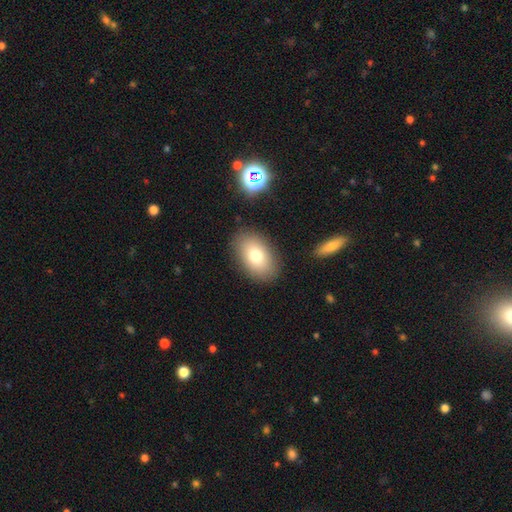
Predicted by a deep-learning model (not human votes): Smooth or featured?
  - smooth: 76% *
  - featured or disk: 14%
  - star or artifact: 9%
How rounded?
  - in between: 89% *
  - round: 10%
  - cigar-shaped: 1%
Merging?
  - none: 86% *
  - minor disturbance: 10%
  - major disturbance: 3%
  - merger: 2%